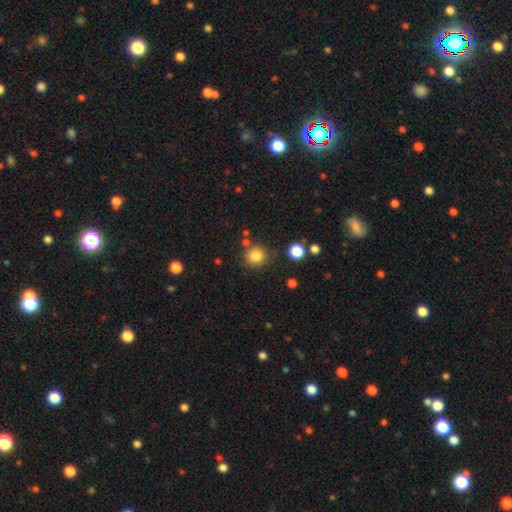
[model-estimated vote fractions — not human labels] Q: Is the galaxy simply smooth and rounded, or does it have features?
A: smooth — 83%.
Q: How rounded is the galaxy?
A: round — 88%.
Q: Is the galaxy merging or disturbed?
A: none — 80%.